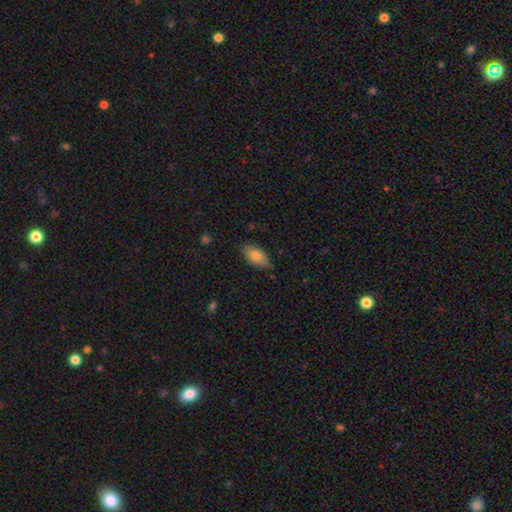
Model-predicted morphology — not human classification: smooth 80%, featured or disk 13%, star or artifact 7%. Down the decision tree: how rounded — in between (92%); merging — none (73%).